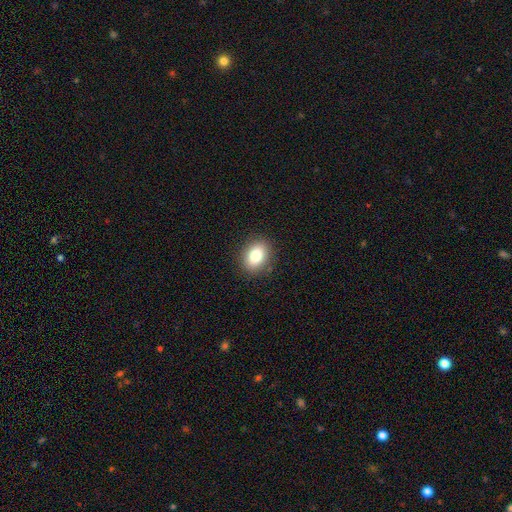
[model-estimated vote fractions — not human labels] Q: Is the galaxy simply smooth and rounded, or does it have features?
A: smooth — 81%.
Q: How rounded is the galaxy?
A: in between — 65%.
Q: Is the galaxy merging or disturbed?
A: none — 88%.